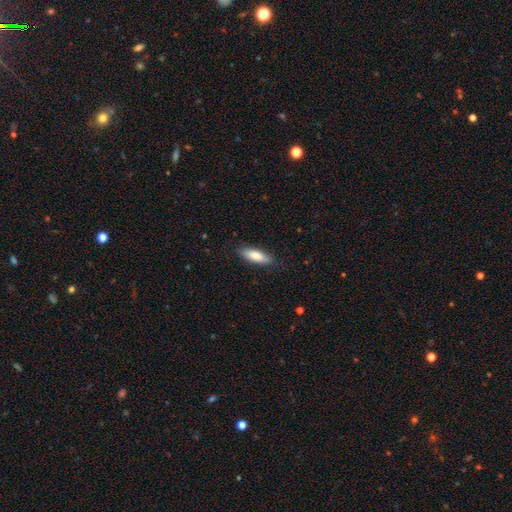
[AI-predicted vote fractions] Q: Smooth or featured?
A: smooth (80%); runner-up: featured or disk (15%)
Q: How rounded?
A: in between (54%); runner-up: cigar-shaped (45%)
Q: Merging?
A: none (85%); runner-up: minor disturbance (12%)